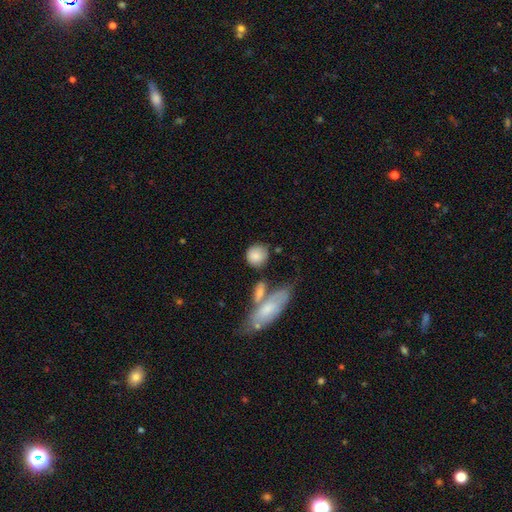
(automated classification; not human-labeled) This is clearly a smooth galaxy (82%). How rounded: likely round (77%). Merging: likely none (63%).